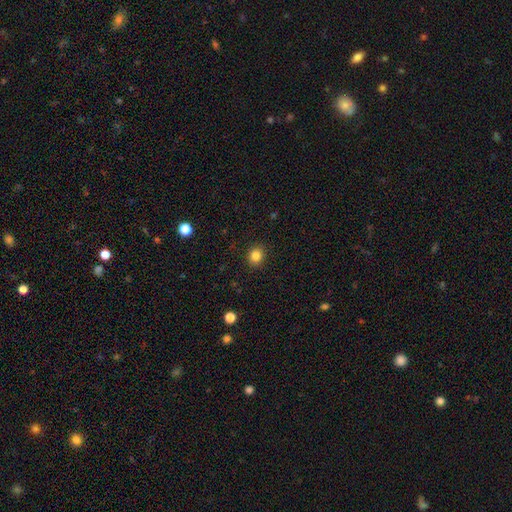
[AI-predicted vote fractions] Overall: smooth (84%). How rounded: round (75%). Merging: none (91%).